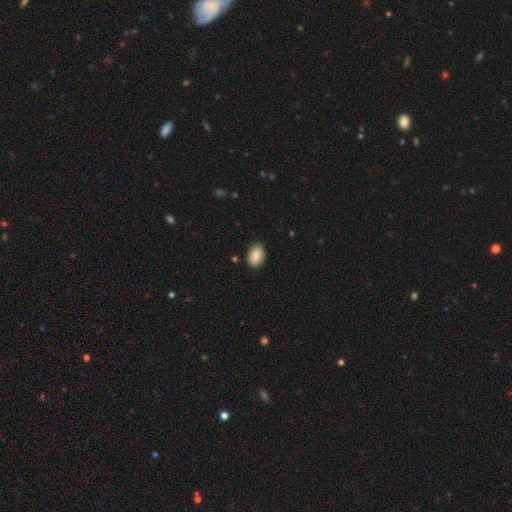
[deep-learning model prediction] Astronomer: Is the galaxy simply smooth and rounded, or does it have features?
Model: smooth — 85%.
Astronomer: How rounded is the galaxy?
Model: in between — 80%.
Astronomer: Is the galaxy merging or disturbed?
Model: none — 83%.